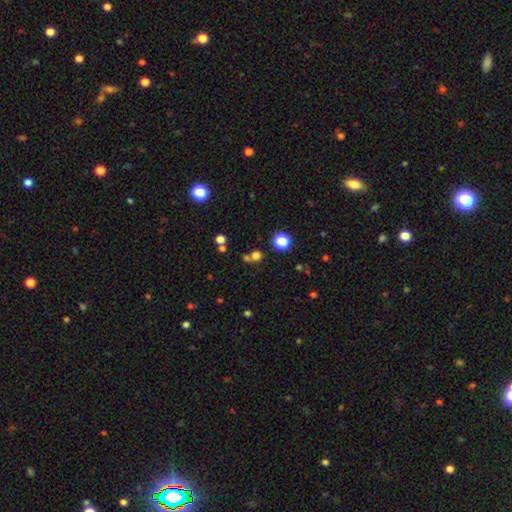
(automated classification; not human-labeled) Smooth or featured? Predicted: smooth (p=0.67). How rounded? Predicted: round (p=0.86). Merging? Predicted: none (p=0.63).